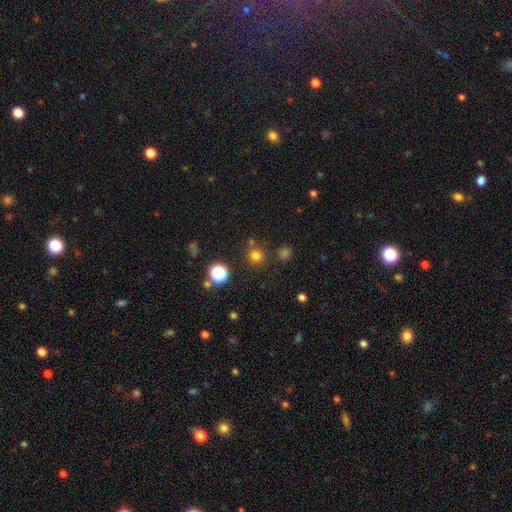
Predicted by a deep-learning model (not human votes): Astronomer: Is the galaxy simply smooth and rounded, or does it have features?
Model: smooth — 74%.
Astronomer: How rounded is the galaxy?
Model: round — 93%.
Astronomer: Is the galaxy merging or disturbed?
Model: none — 82%.